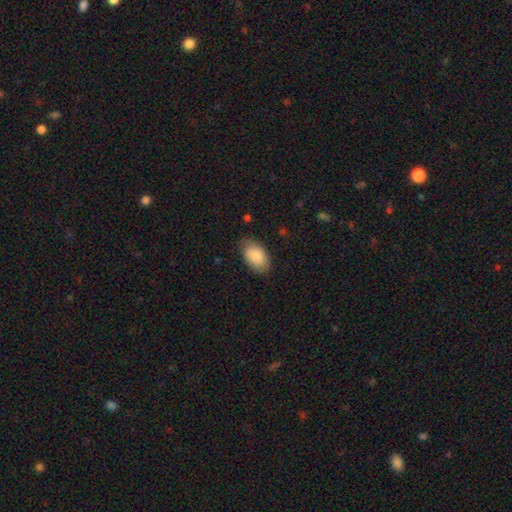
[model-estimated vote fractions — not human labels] Smooth or featured?
  - smooth: 88% *
  - featured or disk: 6%
  - star or artifact: 6%
How rounded?
  - in between: 94% *
  - round: 5%
  - cigar-shaped: 1%
Merging?
  - none: 78% *
  - minor disturbance: 17%
  - major disturbance: 4%
  - merger: 1%